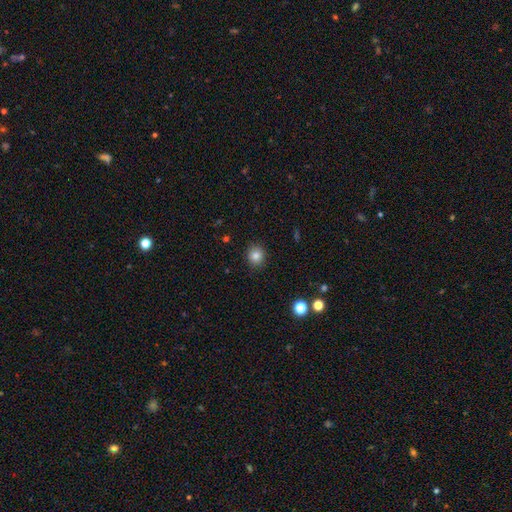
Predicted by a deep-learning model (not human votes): Smooth or featured? smooth (83%)
How rounded? round (84%)
Merging? none (90%)